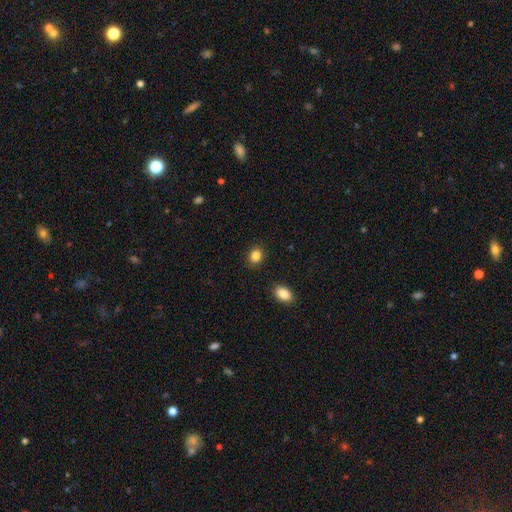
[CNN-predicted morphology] smooth-or-featured: smooth: 86% | star or artifact: 10% | featured or disk: 4%
  how-rounded: in between: 51% | round: 48% | cigar-shaped: 1%
  merging: none: 87% | minor disturbance: 9% | major disturbance: 2% | merger: 2%